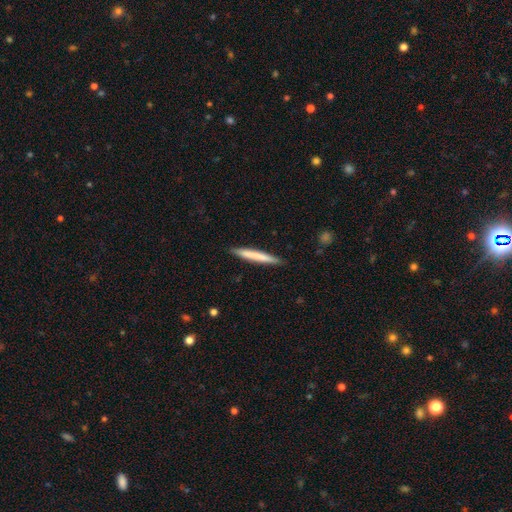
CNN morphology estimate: Smooth or featured?
  - smooth: 69% *
  - featured or disk: 26%
  - star or artifact: 5%
How rounded?
  - cigar-shaped: 96% *
  - in between: 3%
  - round: 1%
Merging?
  - none: 90% *
  - minor disturbance: 8%
  - major disturbance: 1%
  - merger: 1%